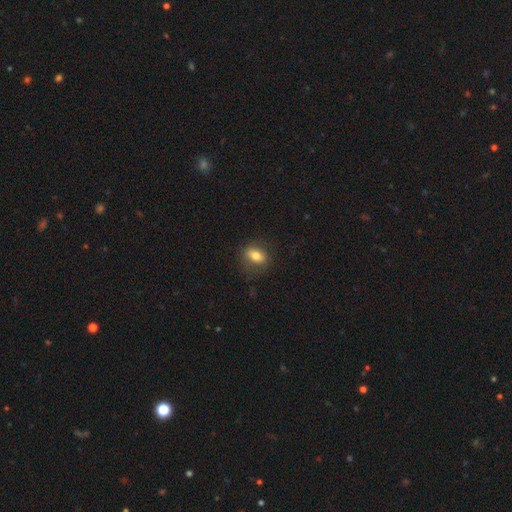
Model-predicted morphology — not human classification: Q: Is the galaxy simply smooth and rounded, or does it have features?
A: smooth — 73%.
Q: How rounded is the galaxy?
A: in between — 73%.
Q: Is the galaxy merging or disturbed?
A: none — 79%.